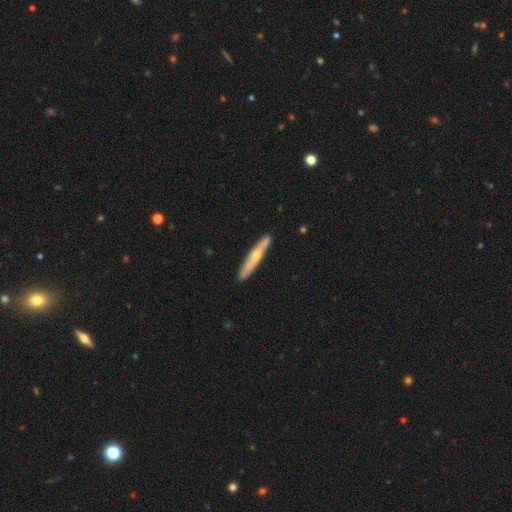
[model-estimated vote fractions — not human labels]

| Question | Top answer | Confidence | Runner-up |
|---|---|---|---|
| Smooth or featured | featured or disk | 55% | smooth (40%) |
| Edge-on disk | yes | 88% | no (12%) |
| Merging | none | 89% | minor disturbance (9%) |